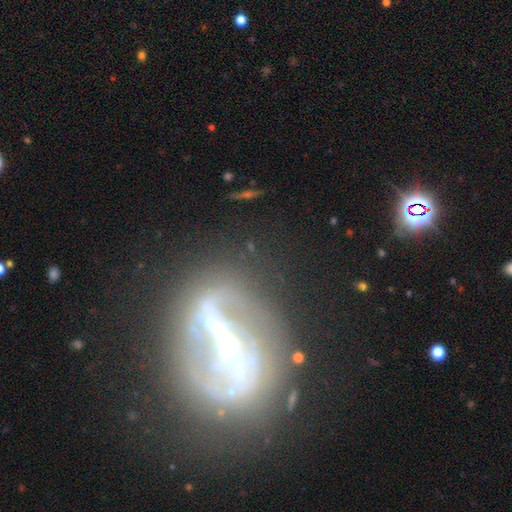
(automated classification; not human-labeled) A featured or disk galaxy (86%) with a strong bar (83%), 2 (75%) medium (36%) spiral arms (77%) and a small central bulge (58%).

Vote fractions:
- Smooth or featured? featured or disk: 86% / star or artifact: 7% / smooth: 7%
- Edge-on disk? no: 85% / yes: 15%
- Bar? strong: 83% / weak: 12% / no: 5%
- Spiral arms? yes: 77% / no: 23%
- Spiral winding? medium: 36% / tight: 33% / loose: 31%
- Spiral arm count? 2: 75% / can't tell: 13% / 1: 4% / 3: 3% / 4: 2% / more than 4: 2%
- Bulge size? small: 58% / moderate: 32% / large: 4% / none: 3% / dominant: 2%
- Merging? none: 73% / minor disturbance: 15% / major disturbance: 9% / merger: 3%